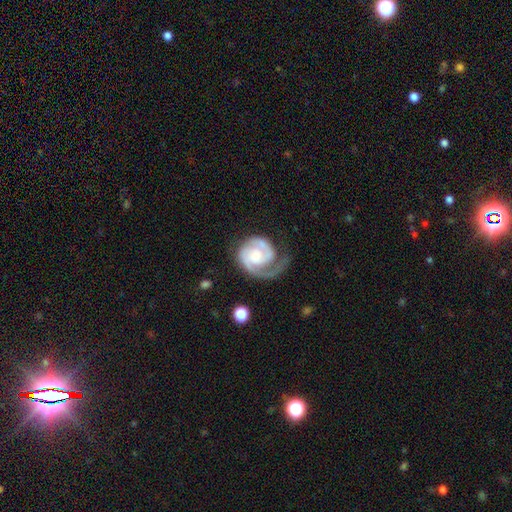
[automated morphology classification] Q: Smooth or featured?
A: featured or disk (87%); runner-up: smooth (8%)
Q: Edge-on disk?
A: no (98%); runner-up: yes (2%)
Q: Bar?
A: no (67%); runner-up: weak (27%)
Q: Spiral arms?
A: yes (97%); runner-up: no (3%)
Q: Spiral winding?
A: tight (53%); runner-up: medium (36%)
Q: Spiral arm count?
A: 2 (48%); runner-up: 1 (39%)
Q: Bulge size?
A: small (48%); runner-up: moderate (41%)
Q: Merging?
A: none (52%); runner-up: major disturbance (24%)